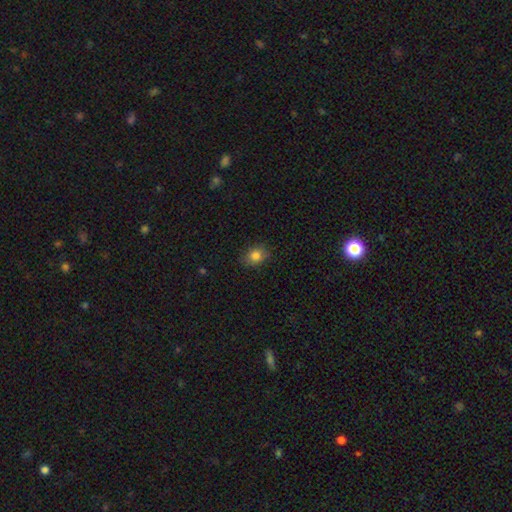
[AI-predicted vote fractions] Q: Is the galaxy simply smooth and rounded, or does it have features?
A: smooth — 81%.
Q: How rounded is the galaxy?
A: in between — 52%.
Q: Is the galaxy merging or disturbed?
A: none — 83%.